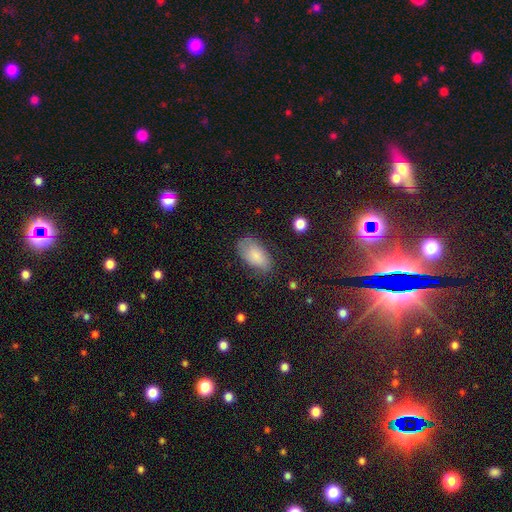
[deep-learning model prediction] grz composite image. It shows a smooth galaxy with no disk features (78%) that is in between round and cigar-shaped (94%). Merging: none (66%).